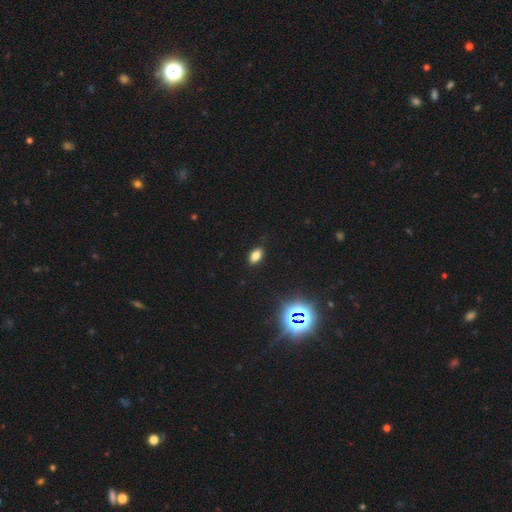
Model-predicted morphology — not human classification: smooth_or_featured: smooth (p=0.77) [alt: star or artifact p=0.16]
how_rounded: in between (p=0.90) [alt: round p=0.07]
merging: none (p=0.86) [alt: minor disturbance p=0.10]